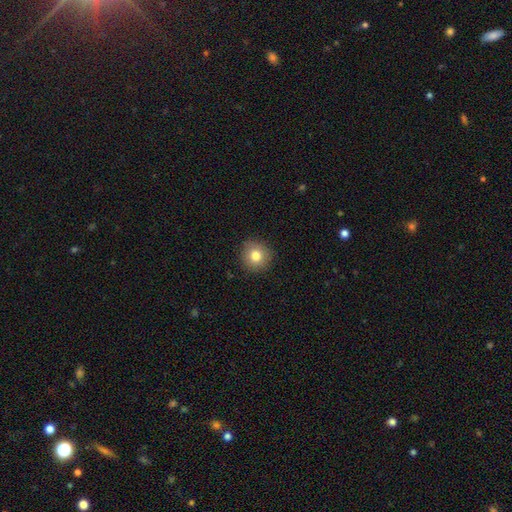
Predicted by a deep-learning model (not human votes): Morphology: type=smooth (80%); roundness=round (92%); merging=none (90%).